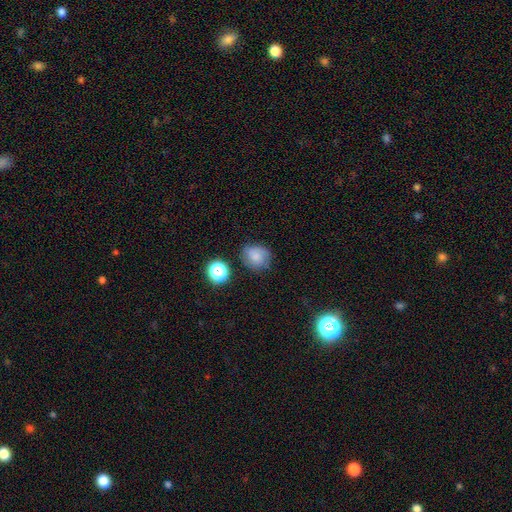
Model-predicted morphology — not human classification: A smooth galaxy with no disk features (71%) that is round (77%). Merging: none (69%).